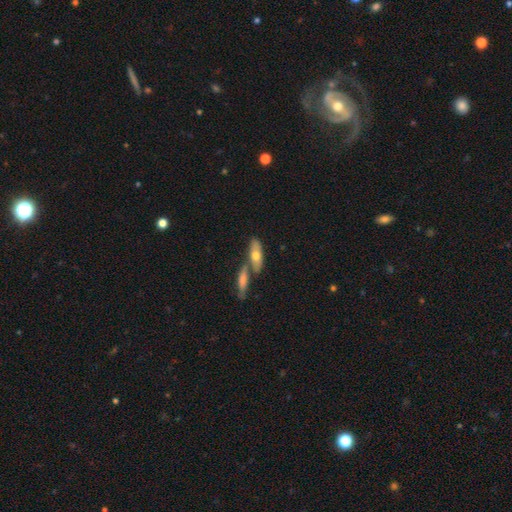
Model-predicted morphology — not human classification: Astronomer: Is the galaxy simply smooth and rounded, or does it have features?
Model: featured or disk — 58%.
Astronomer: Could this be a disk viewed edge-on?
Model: no — 61% (runner-up: yes, 39%).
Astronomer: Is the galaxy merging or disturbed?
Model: none — 43% (runner-up: merger, 35%).